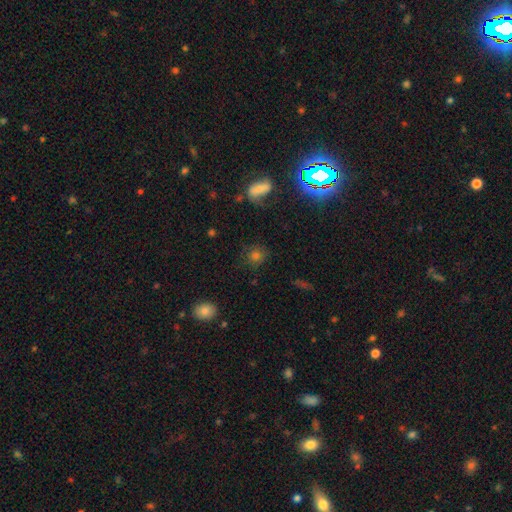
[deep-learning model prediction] Smooth or featured?
  - smooth: 62% *
  - star or artifact: 26%
  - featured or disk: 12%
How rounded?
  - round: 82% *
  - in between: 16%
  - cigar-shaped: 2%
Merging?
  - none: 78% *
  - minor disturbance: 13%
  - major disturbance: 6%
  - merger: 3%